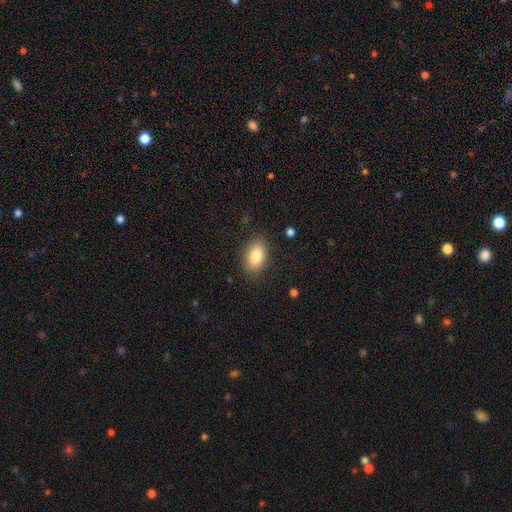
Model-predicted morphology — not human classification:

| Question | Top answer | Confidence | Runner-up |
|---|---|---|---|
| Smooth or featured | smooth | 83% | featured or disk (9%) |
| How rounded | in between | 91% | round (7%) |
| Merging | none | 85% | minor disturbance (11%) |